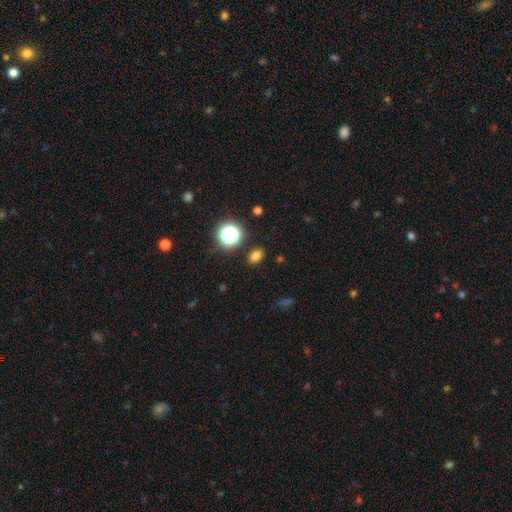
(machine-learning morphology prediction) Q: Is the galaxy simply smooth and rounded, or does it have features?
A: smooth — 75%.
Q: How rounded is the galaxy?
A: in between — 68%.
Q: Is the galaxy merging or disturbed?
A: none — 87%.